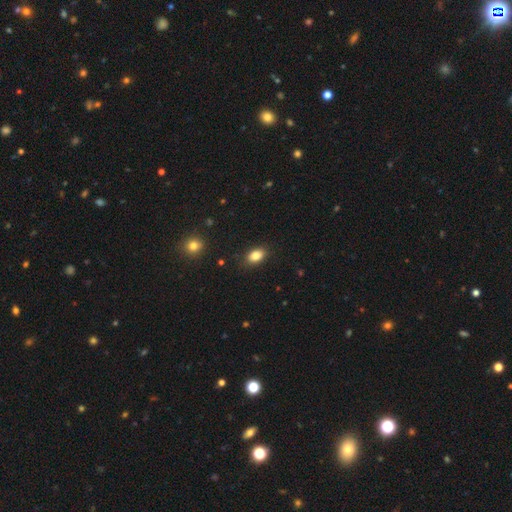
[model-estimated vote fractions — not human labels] A smooth galaxy with no disk features (84%) that is in between round and cigar-shaped (85%).

Vote fractions:
- Smooth or featured? smooth: 84% / star or artifact: 9% / featured or disk: 7%
- How rounded? in between: 85% / round: 14% / cigar-shaped: 2%
- Merging? none: 87% / minor disturbance: 10% / major disturbance: 2% / merger: 1%